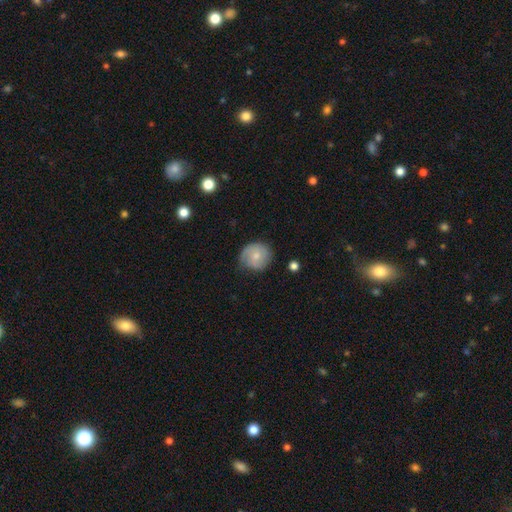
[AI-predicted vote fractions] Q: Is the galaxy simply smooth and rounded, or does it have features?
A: smooth — 59%.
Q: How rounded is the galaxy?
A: round — 86%.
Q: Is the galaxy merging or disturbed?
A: none — 65%.